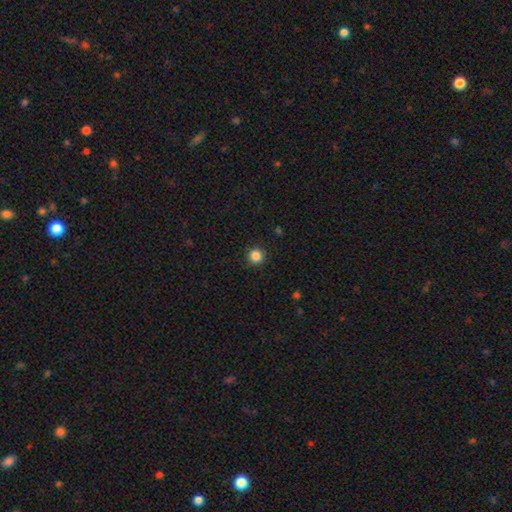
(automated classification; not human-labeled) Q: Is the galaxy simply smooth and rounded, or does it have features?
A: smooth — 85%.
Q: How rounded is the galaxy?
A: round — 94%.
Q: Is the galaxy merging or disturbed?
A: none — 92%.